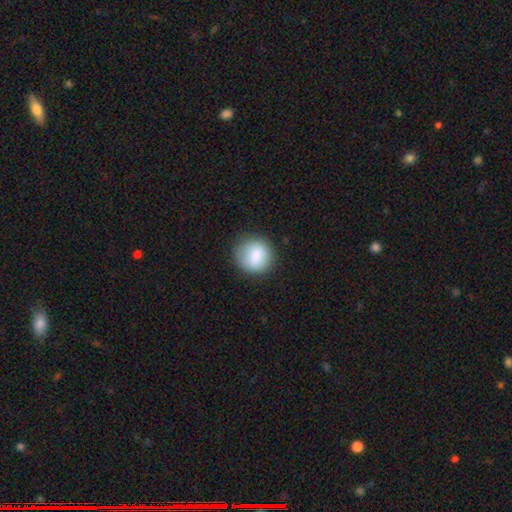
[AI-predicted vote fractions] smooth_or_featured: smooth (p=0.80) [alt: featured or disk p=0.13]
how_rounded: round (p=0.90) [alt: in between p=0.09]
merging: none (p=0.84) [alt: minor disturbance p=0.11]